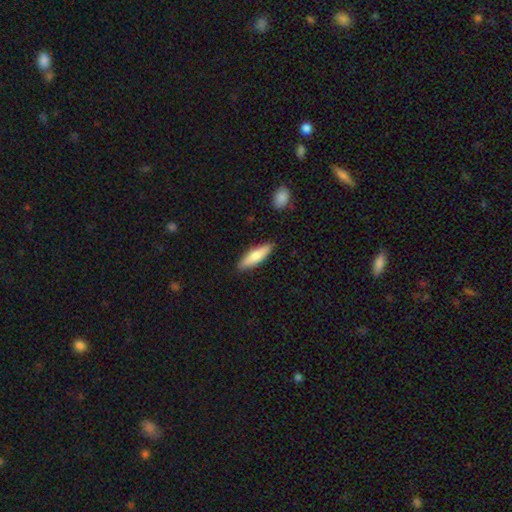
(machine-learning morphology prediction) Smooth or featured? Predicted: smooth (p=0.72). How rounded? Predicted: cigar-shaped (p=0.62). Merging? Predicted: none (p=0.87).